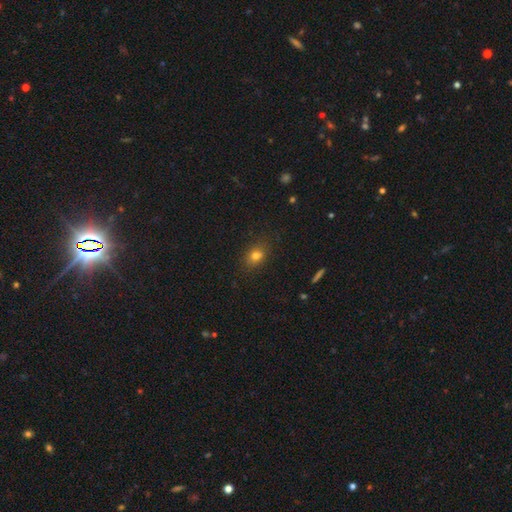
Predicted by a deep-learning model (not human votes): smooth-or-featured: smooth: 77% | star or artifact: 14% | featured or disk: 9%
  how-rounded: in between: 63% | round: 35% | cigar-shaped: 2%
  merging: none: 79% | minor disturbance: 15% | major disturbance: 4% | merger: 2%